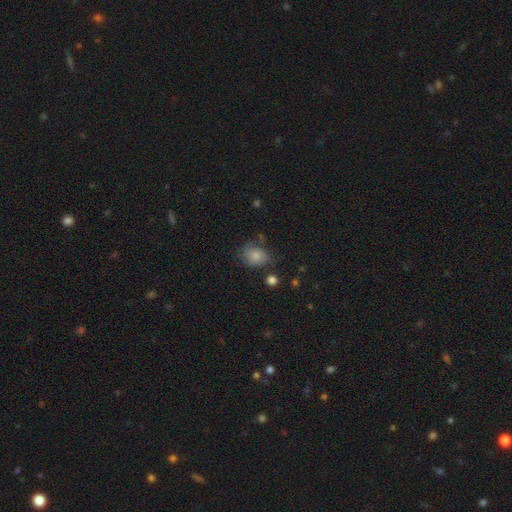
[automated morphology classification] Overall: smooth (76%). How rounded: round (50%; in between 49%). Merging: none (54%; minor disturbance 30%).